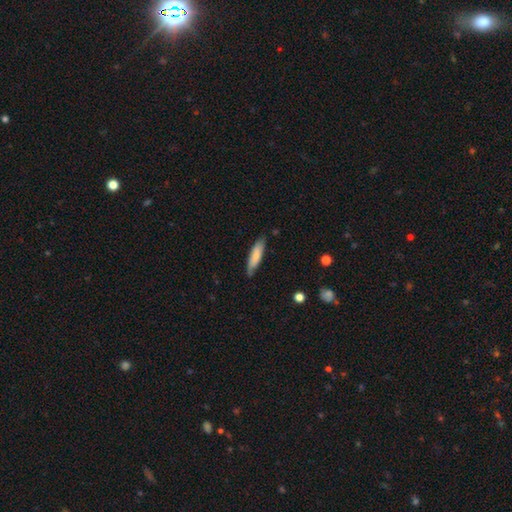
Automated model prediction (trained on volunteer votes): Smooth or featured? smooth (76%)
How rounded? cigar-shaped (74%)
Merging? none (79%)